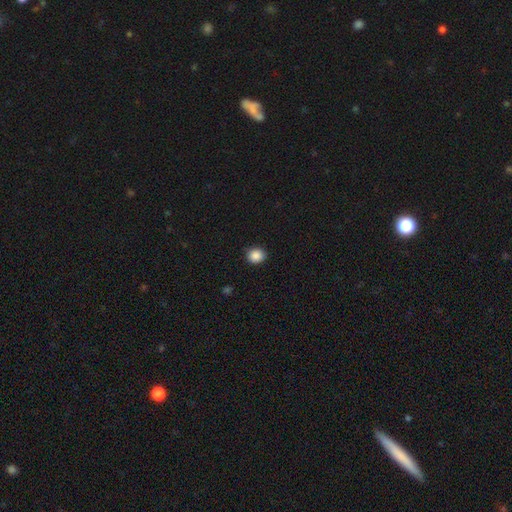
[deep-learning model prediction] Overall: smooth (88%). How rounded: round (71%). Merging: none (89%).